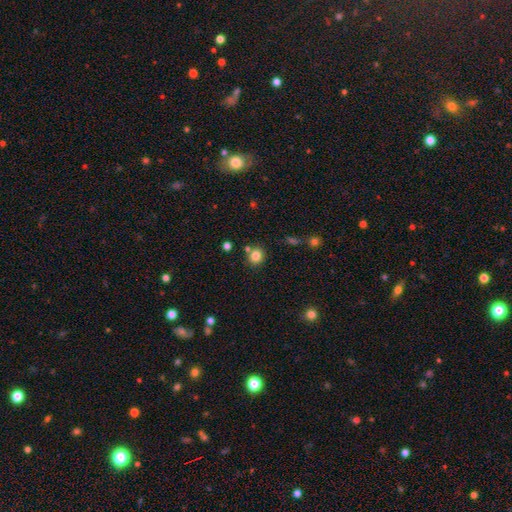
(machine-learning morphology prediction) A smooth galaxy with no disk features (82%) that is round (86%). Merging: none (77%).